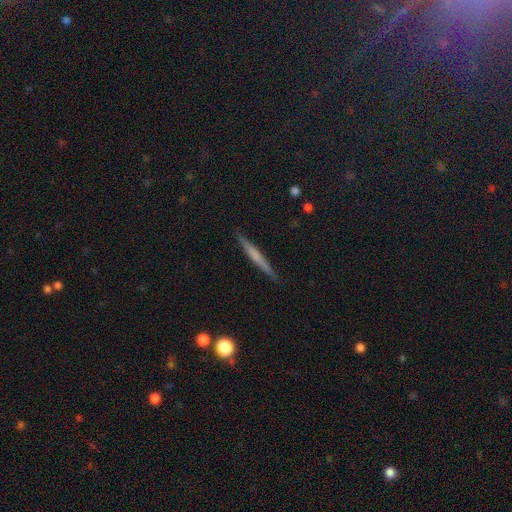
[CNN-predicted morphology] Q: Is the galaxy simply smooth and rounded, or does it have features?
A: smooth — 49%.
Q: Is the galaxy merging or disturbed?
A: none — 90%.